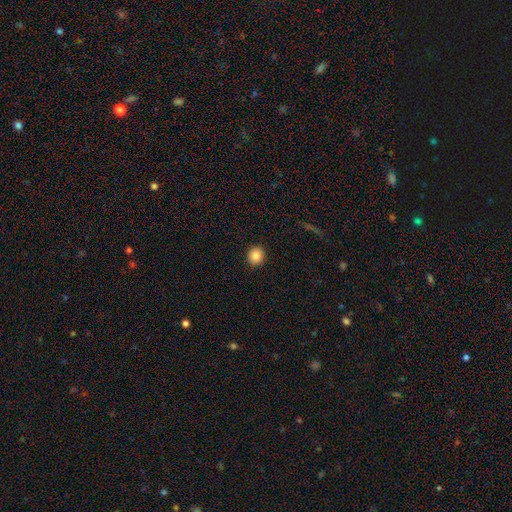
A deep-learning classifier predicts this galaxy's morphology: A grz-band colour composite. It shows a smooth galaxy with no disk features (88%) that is round (84%). Merging: none (92%).